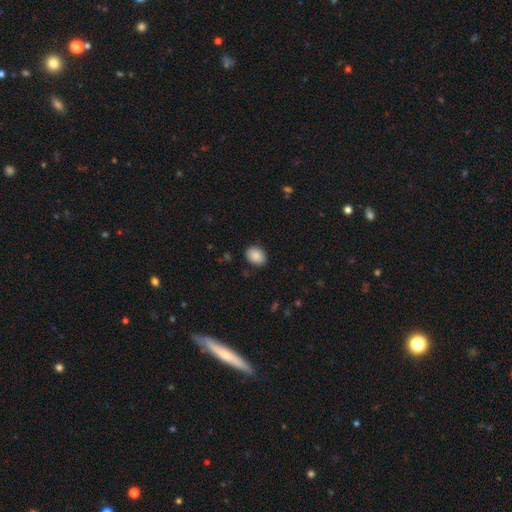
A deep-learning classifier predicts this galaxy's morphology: Smooth or featured?
  - smooth: 89% *
  - star or artifact: 7%
  - featured or disk: 3%
How rounded?
  - in between: 71% *
  - round: 28%
  - cigar-shaped: 1%
Merging?
  - none: 88% *
  - minor disturbance: 9%
  - major disturbance: 2%
  - merger: 1%